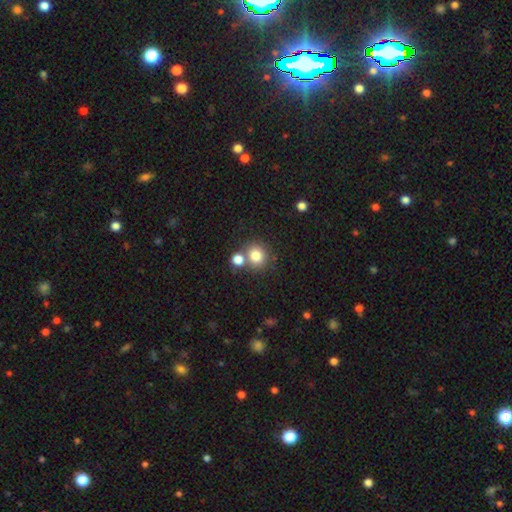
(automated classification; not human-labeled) A smooth galaxy with no disk features (80%) that is round (85%).

Vote fractions:
- Smooth or featured? smooth: 80% / star or artifact: 12% / featured or disk: 8%
- How rounded? round: 85% / in between: 14% / cigar-shaped: 1%
- Merging? none: 64% / merger: 25% / minor disturbance: 8% / major disturbance: 3%